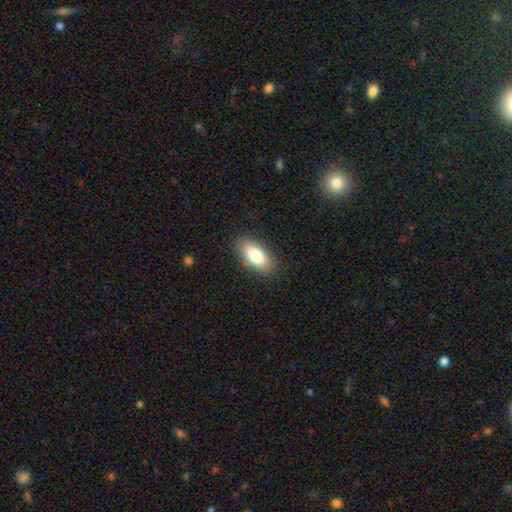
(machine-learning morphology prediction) smooth 80%, featured or disk 13%, star or artifact 7%. Down the decision tree: how rounded — in between (89%); merging — none (87%).